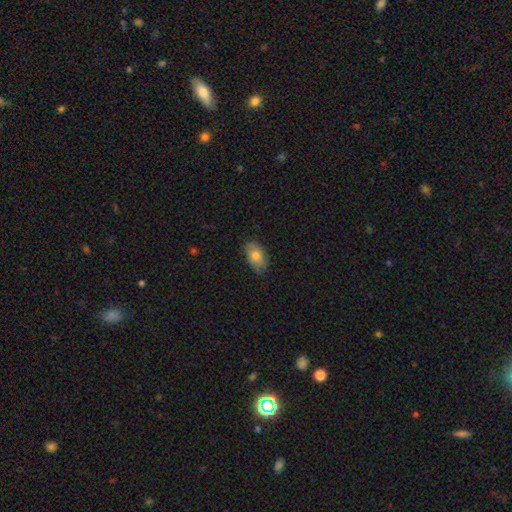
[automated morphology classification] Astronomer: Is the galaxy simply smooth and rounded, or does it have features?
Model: smooth — 77%.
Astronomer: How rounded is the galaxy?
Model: in between — 91%.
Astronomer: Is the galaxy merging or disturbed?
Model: none — 82%.